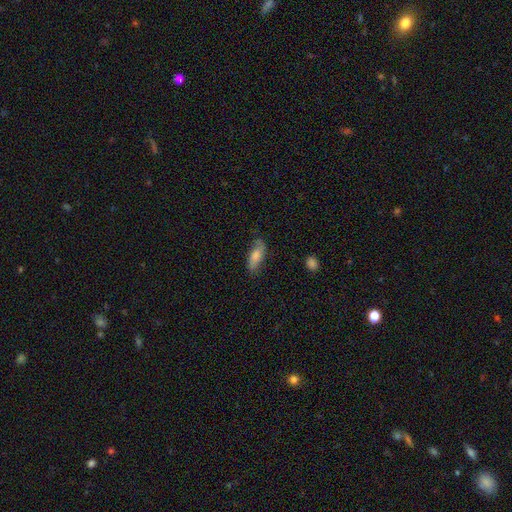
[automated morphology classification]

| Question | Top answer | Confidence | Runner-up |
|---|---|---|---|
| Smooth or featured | smooth | 61% | featured or disk (31%) |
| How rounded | in between | 72% | cigar-shaped (25%) |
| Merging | none | 71% | minor disturbance (22%) |